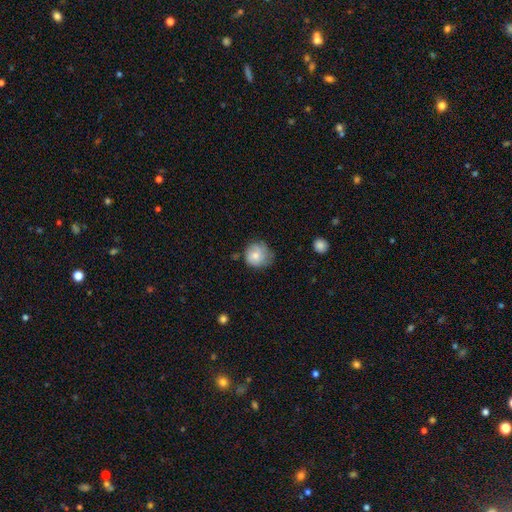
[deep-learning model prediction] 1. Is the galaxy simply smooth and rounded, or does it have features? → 75% smooth, 17% featured or disk, 8% star or artifact.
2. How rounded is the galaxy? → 87% round, 13% in between, 1% cigar-shaped.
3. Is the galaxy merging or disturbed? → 57% none, 32% minor disturbance, 9% major disturbance, 2% merger.